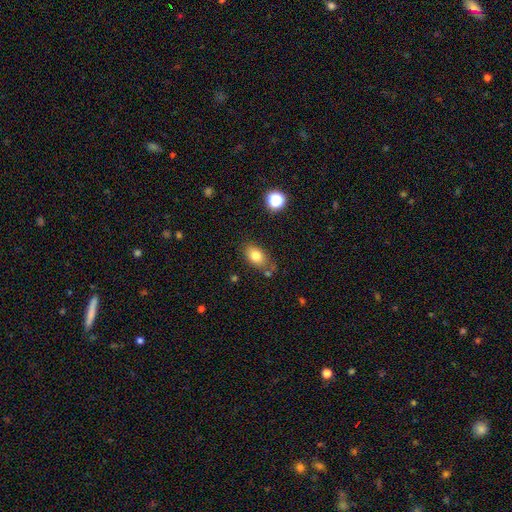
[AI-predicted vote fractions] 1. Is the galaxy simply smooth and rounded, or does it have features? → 81% smooth, 10% featured or disk, 9% star or artifact.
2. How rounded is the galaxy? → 85% in between, 13% round, 2% cigar-shaped.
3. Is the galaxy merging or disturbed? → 72% none, 17% minor disturbance, 7% merger, 4% major disturbance.